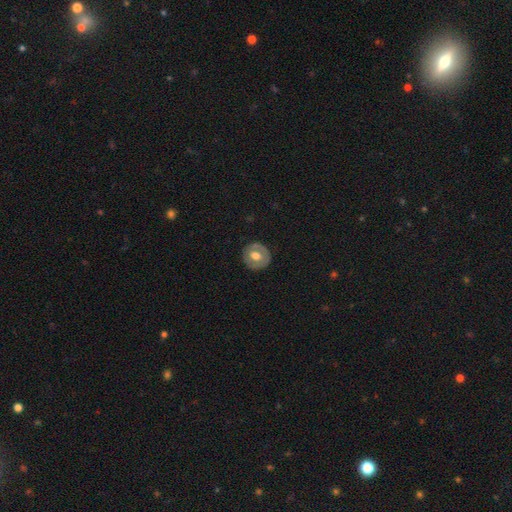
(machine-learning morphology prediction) type=smooth (51%); roundness=round (89%); merging=none (85%).